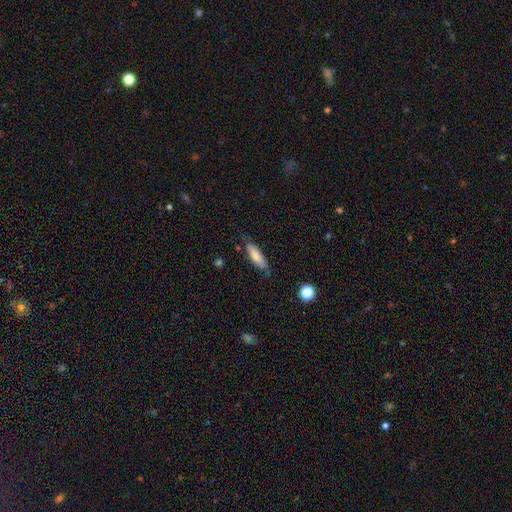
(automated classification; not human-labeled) This appears to be a smooth galaxy with no disk features (73%) that is cigar-shaped (57%). Merging: none (71%).